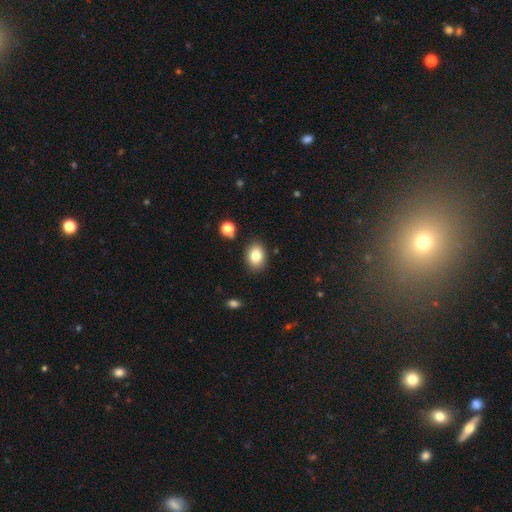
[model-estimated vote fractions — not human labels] Smooth or featured? smooth (82%)
How rounded? in between (69%)
Merging? none (87%)